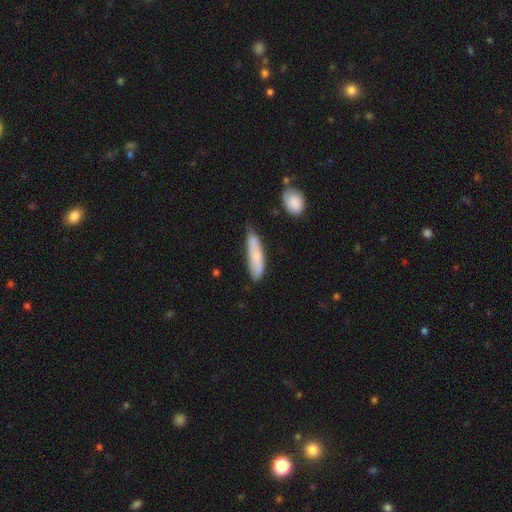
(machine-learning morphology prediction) Smooth or featured: smooth — 77% (featured or disk — 17%)
How rounded: cigar-shaped — 70% (in between — 28%)
Merging: none — 56% (minor disturbance — 33%)